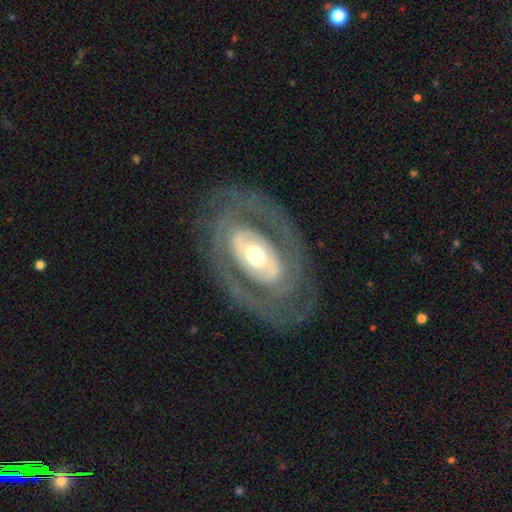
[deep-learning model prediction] This appears to be a featured or disk galaxy (77%) with no bar (63%), no spiral arms (51%) and a moderate central bulge (64%). Merging: none (77%).